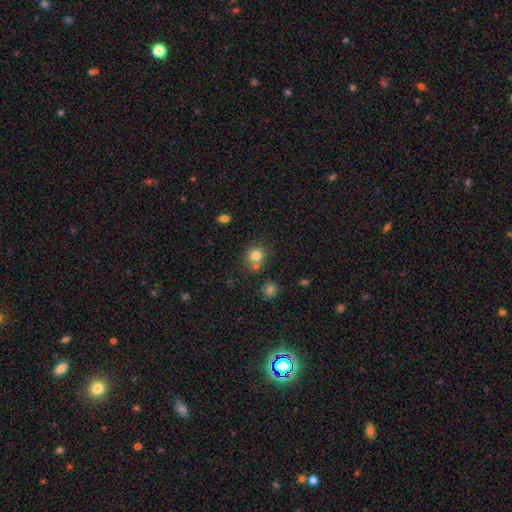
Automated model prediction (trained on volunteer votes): This is likely a smooth galaxy (79%). How rounded: clearly round (83%). Merging: likely none (61%).